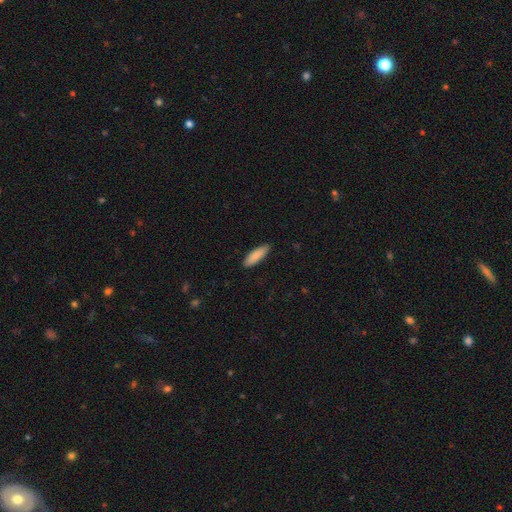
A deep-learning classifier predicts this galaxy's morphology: smooth-or-featured: smooth: 88% | featured or disk: 7% | star or artifact: 5%
  how-rounded: cigar-shaped: 53% | in between: 45% | round: 1%
  merging: none: 88% | minor disturbance: 9% | major disturbance: 2% | merger: 1%